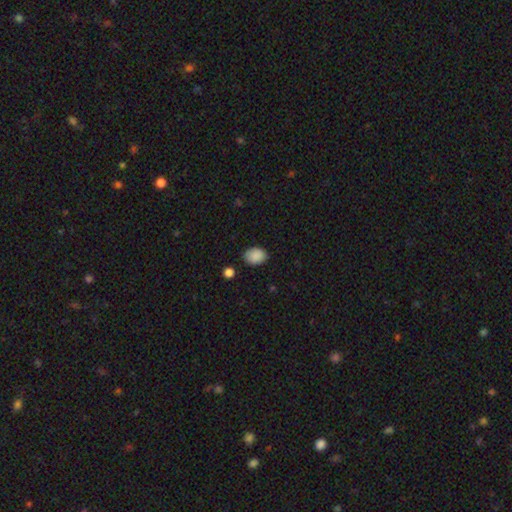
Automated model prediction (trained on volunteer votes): Q: Smooth or featured?
A: smooth (89%); runner-up: star or artifact (8%)
Q: How rounded?
A: in between (70%); runner-up: round (29%)
Q: Merging?
A: none (81%); runner-up: minor disturbance (14%)